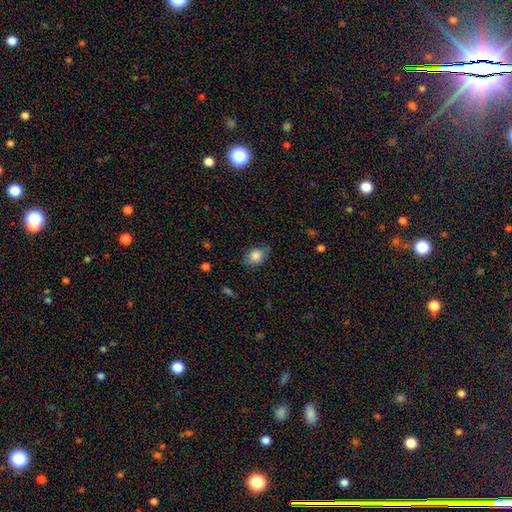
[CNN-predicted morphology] Smooth or featured?
  - smooth: 83% *
  - star or artifact: 8%
  - featured or disk: 8%
How rounded?
  - in between: 55% *
  - round: 44%
  - cigar-shaped: 1%
Merging?
  - none: 71% *
  - minor disturbance: 23%
  - major disturbance: 5%
  - merger: 1%